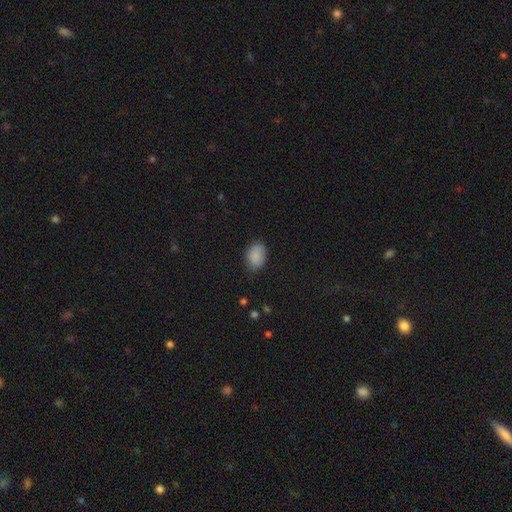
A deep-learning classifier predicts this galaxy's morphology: smooth-or-featured: smooth: 87% | star or artifact: 8% | featured or disk: 5%
  how-rounded: in between: 81% | round: 18% | cigar-shaped: 1%
  merging: none: 74% | minor disturbance: 21% | major disturbance: 4% | merger: 1%